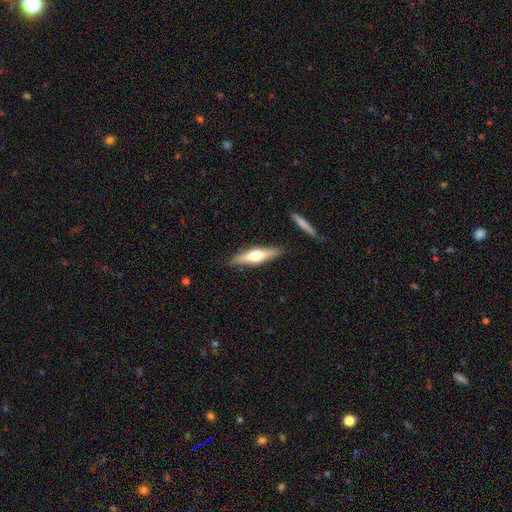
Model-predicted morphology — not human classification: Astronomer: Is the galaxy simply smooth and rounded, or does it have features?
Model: featured or disk — 56% (runner-up: smooth, 38%).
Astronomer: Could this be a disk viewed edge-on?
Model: yes — 94%.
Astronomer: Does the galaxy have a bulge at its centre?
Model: rounded — 92%.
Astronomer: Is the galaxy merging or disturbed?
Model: none — 87%.